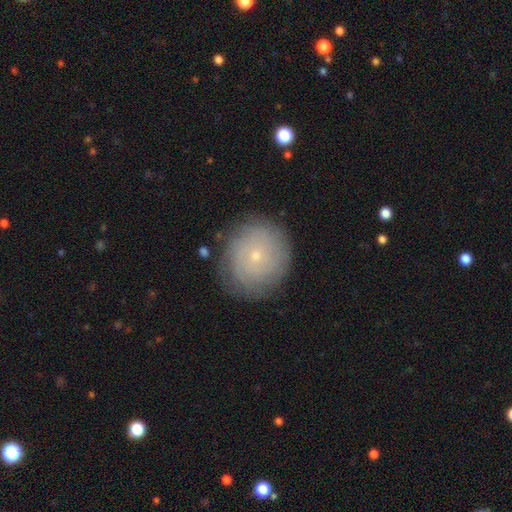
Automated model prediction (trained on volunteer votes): A featured or disk galaxy (53%) with no bar (86%), spiral arms (76%) and a small central bulge (85%).

Vote fractions:
- Smooth or featured? featured or disk: 53% / smooth: 38% / star or artifact: 10%
- Edge-on disk? no: 97% / yes: 3%
- Bar? no: 86% / weak: 12% / strong: 2%
- Spiral arms? yes: 76% / no: 24%
- Bulge size? small: 85% / moderate: 12% / none: 1% / large: 1% / dominant: 1%
- Merging? none: 83% / minor disturbance: 12% / major disturbance: 4% / merger: 1%